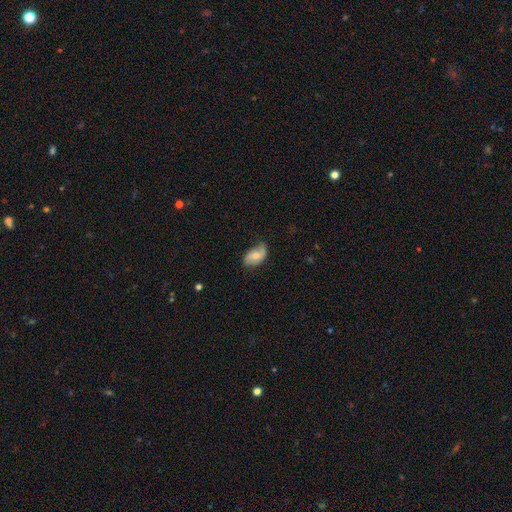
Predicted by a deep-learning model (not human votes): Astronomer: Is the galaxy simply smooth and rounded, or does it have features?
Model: smooth — 52% (runner-up: featured or disk, 41%).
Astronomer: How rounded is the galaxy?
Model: in between — 91%.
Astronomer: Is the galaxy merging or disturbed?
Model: none — 60%.